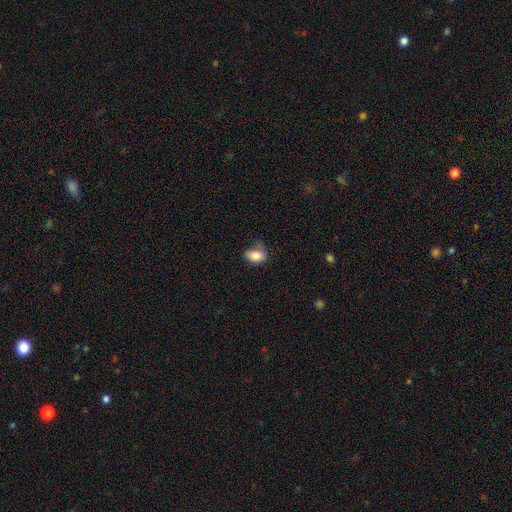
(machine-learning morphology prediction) A smooth galaxy with no disk features (84%) that is in between round and cigar-shaped (79%).

Vote fractions:
- Smooth or featured? smooth: 84% / star or artifact: 8% / featured or disk: 8%
- How rounded? in between: 79% / round: 19% / cigar-shaped: 1%
- Merging? none: 48% / minor disturbance: 35% / major disturbance: 14% / merger: 3%